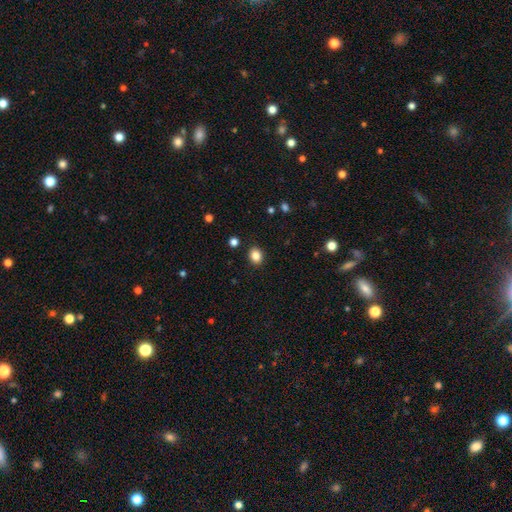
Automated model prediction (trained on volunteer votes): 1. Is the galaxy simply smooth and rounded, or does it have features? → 85% smooth, 10% star or artifact, 4% featured or disk.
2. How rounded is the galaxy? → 57% round, 42% in between, 1% cigar-shaped.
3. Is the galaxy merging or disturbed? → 90% none, 7% minor disturbance, 2% major disturbance, 1% merger.